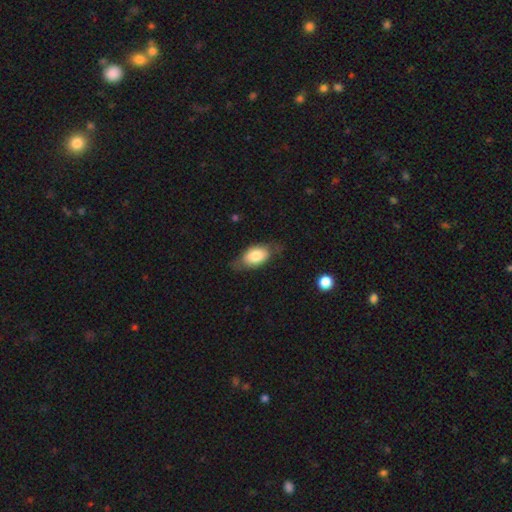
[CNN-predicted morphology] Smooth or featured?
  - smooth: 74% *
  - featured or disk: 20%
  - star or artifact: 6%
How rounded?
  - in between: 89% *
  - round: 7%
  - cigar-shaped: 4%
Merging?
  - none: 64% *
  - minor disturbance: 26%
  - major disturbance: 9%
  - merger: 1%